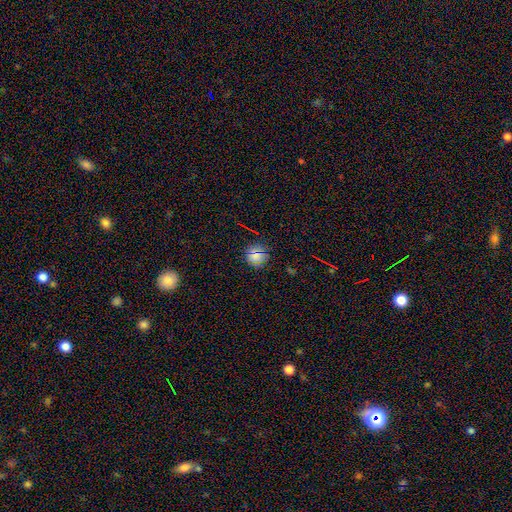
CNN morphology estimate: A smooth galaxy with no disk features (66%) that is round (89%).

Vote fractions:
- Smooth or featured? smooth: 66% / star or artifact: 27% / featured or disk: 7%
- How rounded? round: 89% / in between: 9% / cigar-shaped: 1%
- Merging? none: 85% / minor disturbance: 10% / major disturbance: 3% / merger: 2%